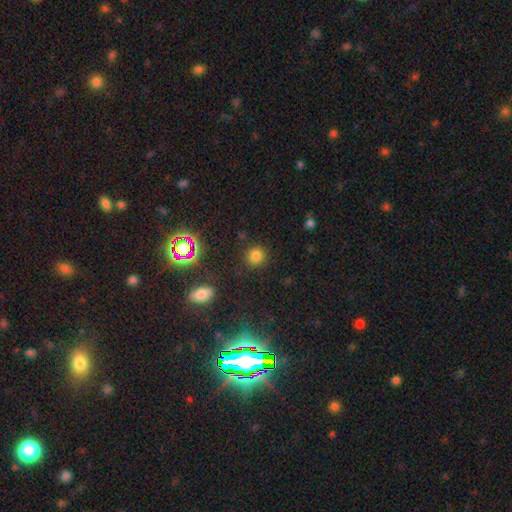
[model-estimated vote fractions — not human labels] Morphology: type=smooth (76%); roundness=round (92%); merging=none (88%).